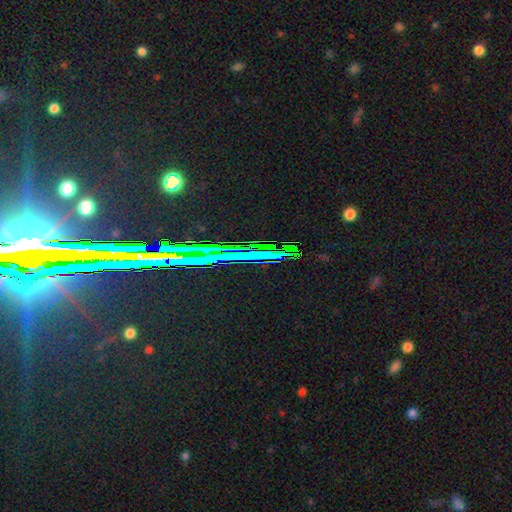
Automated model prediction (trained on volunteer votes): Smooth or featured? Predicted: star or artifact (p=0.75).